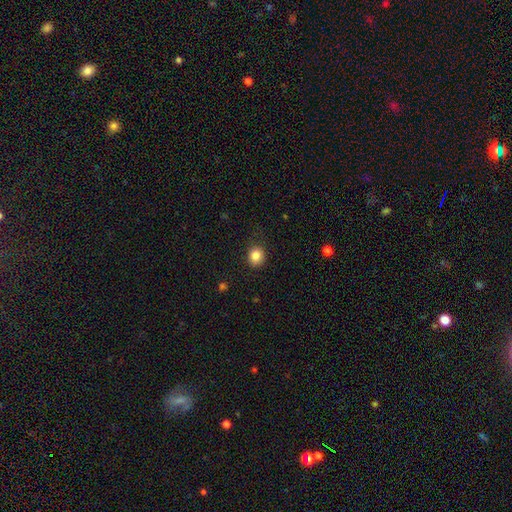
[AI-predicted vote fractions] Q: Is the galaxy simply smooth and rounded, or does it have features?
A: smooth — 85%.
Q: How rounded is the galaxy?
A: round — 76%.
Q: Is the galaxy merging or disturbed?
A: none — 85%.